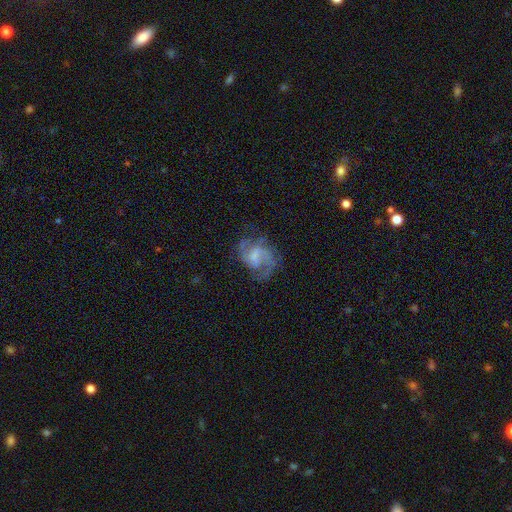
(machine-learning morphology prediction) Smooth or featured? Predicted: featured or disk (p=0.75). Edge-on disk? Predicted: no (p=0.98). Bar? Predicted: weak (p=0.53). Spiral arms? Predicted: yes (p=0.89). Spiral winding? Predicted: medium (p=0.49). Spiral arm count? Predicted: 2 (p=0.70). Bulge size? Predicted: none (p=0.39). Merging? Predicted: none (p=0.55).